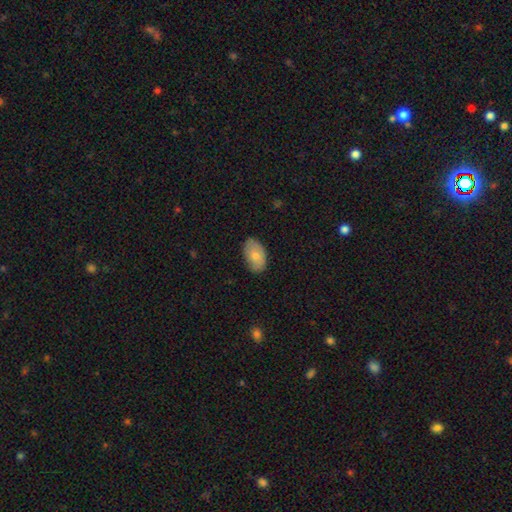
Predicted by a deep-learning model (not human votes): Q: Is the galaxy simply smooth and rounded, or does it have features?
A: smooth — 76%.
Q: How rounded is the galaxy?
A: in between — 92%.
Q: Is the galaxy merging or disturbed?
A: none — 81%.